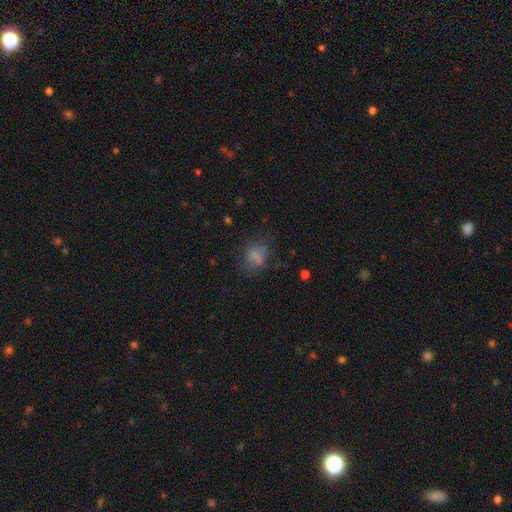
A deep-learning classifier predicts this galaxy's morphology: This is likely a smooth galaxy (69%). How rounded: possibly in between (59%). Merging: possibly none (54%).